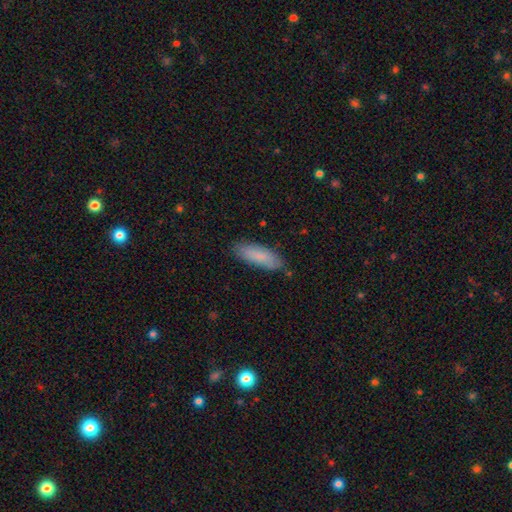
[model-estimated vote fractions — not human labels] Morphology: type=smooth (80%); roundness=cigar-shaped (50%); merging=none (84%).